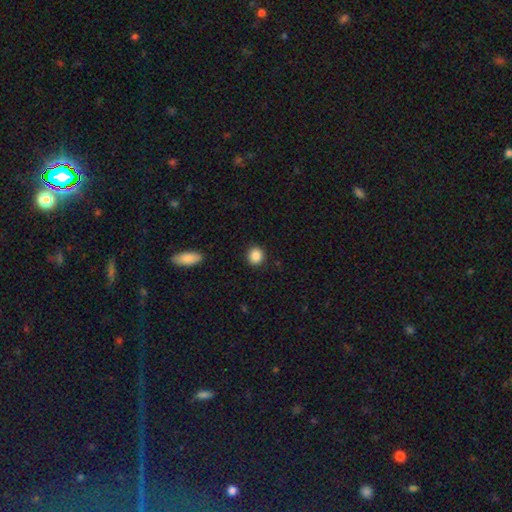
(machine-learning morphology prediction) A smooth galaxy with no disk features (88%) that is round (85%).

Vote fractions:
- Smooth or featured? smooth: 88% / star or artifact: 9% / featured or disk: 3%
- How rounded? round: 85% / in between: 14% / cigar-shaped: 1%
- Merging? none: 91% / minor disturbance: 6% / major disturbance: 2% / merger: 1%